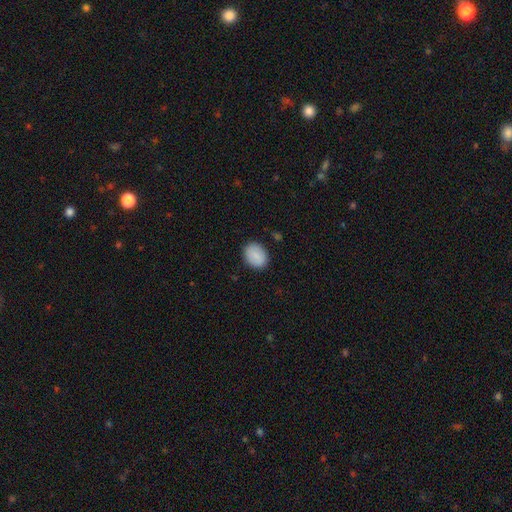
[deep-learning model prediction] Smooth or featured?
  - smooth: 87% *
  - star or artifact: 7%
  - featured or disk: 6%
How rounded?
  - in between: 61% *
  - round: 38%
  - cigar-shaped: 1%
Merging?
  - none: 87% *
  - minor disturbance: 10%
  - major disturbance: 2%
  - merger: 1%